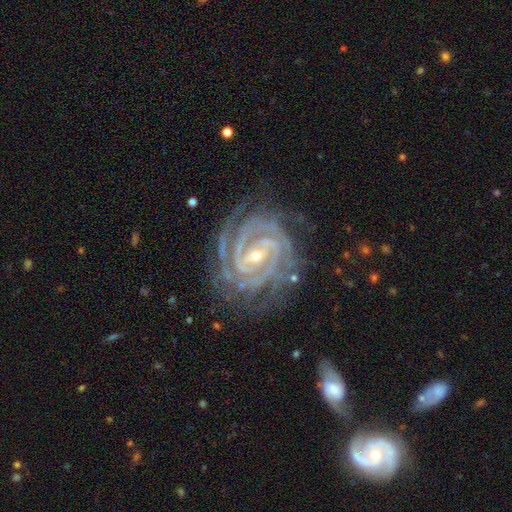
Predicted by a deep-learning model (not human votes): A featured or disk galaxy (93%) with a strong bar (47%), 2 (27%) tight (84%) spiral arms (99%) and a small central bulge (66%).

Vote fractions:
- Smooth or featured? featured or disk: 93% / star or artifact: 4% / smooth: 2%
- Edge-on disk? no: 98% / yes: 2%
- Bar? strong: 47% / weak: 37% / no: 16%
- Spiral arms? yes: 99% / no: 1%
- Spiral winding? tight: 84% / medium: 14% / loose: 2%
- Spiral arm count? 2: 27% / 3: 25% / 4: 20% / can't tell: 13% / more than 4: 9% / 1: 7%
- Bulge size? small: 66% / moderate: 31% / large: 1% / none: 1% / dominant: 1%
- Merging? none: 76% / minor disturbance: 16% / major disturbance: 6% / merger: 2%